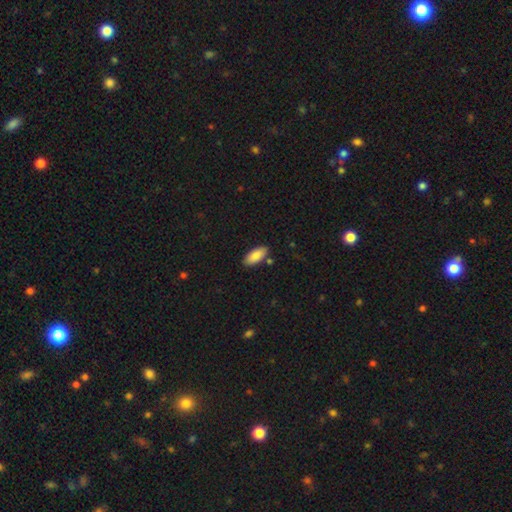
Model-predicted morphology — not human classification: A smooth galaxy with no disk features (86%) that is in between round and cigar-shaped (88%). Merging: none (83%).